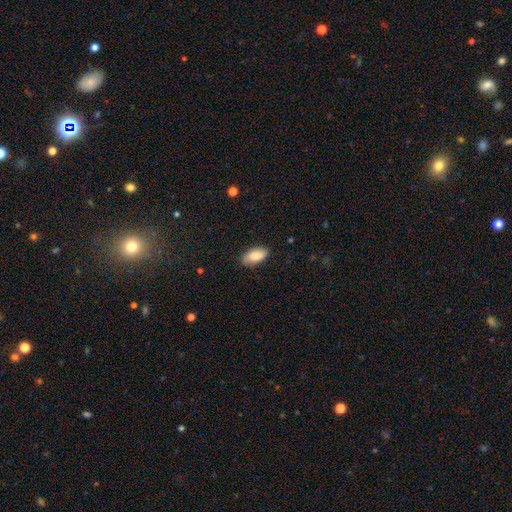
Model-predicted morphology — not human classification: Smooth or featured?
  - smooth: 81% *
  - featured or disk: 13%
  - star or artifact: 6%
How rounded?
  - in between: 92% *
  - cigar-shaped: 6%
  - round: 3%
Merging?
  - none: 82% *
  - minor disturbance: 14%
  - major disturbance: 2%
  - merger: 1%